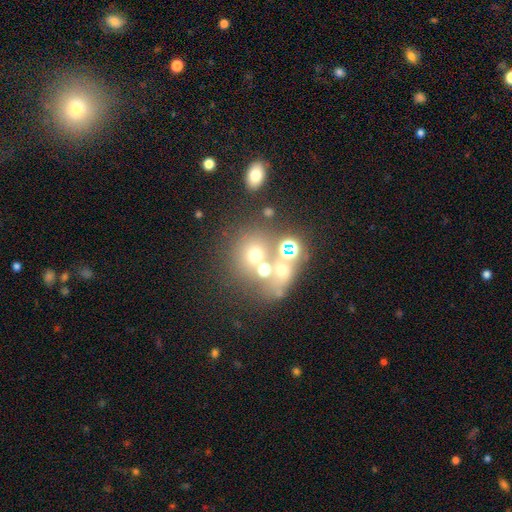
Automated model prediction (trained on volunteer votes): Smooth or featured? smooth (54%)
How rounded? round (79%)
Merging? none (49%)